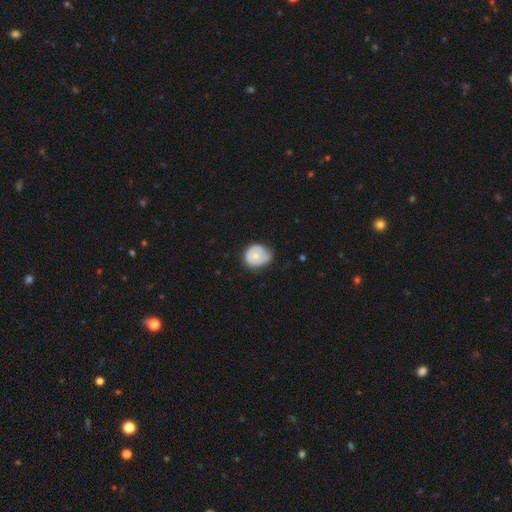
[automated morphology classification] A smooth galaxy with no disk features (66%) that is round (69%).

Vote fractions:
- Smooth or featured? smooth: 66% / featured or disk: 27% / star or artifact: 7%
- How rounded? round: 69% / in between: 30% / cigar-shaped: 1%
- Merging? none: 46% / minor disturbance: 43% / major disturbance: 10% / merger: 2%